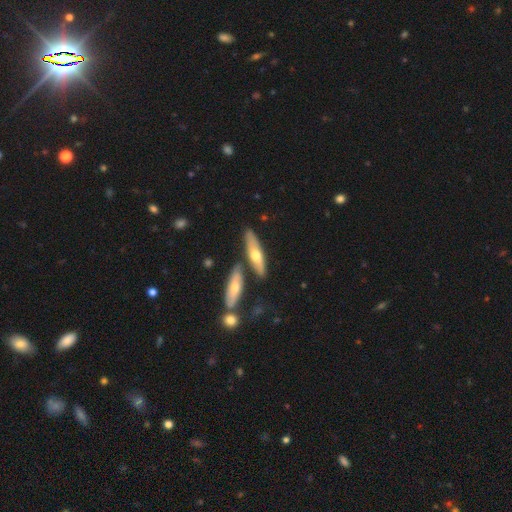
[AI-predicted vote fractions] smooth 49%, featured or disk 45%, star or artifact 6%. Down the decision tree: merging — none (67%).